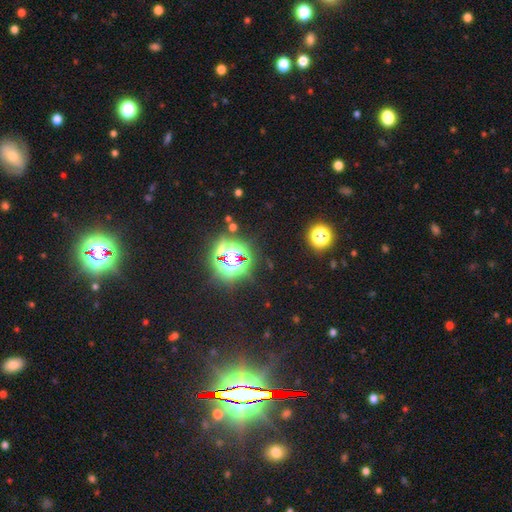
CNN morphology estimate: Smooth or featured? star or artifact (82%)